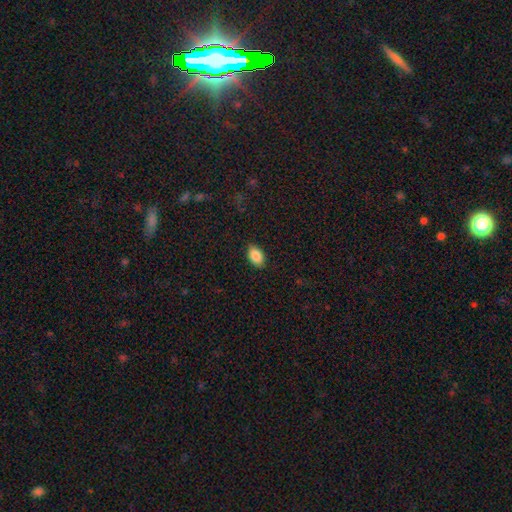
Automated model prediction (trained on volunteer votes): A smooth galaxy with no disk features (88%) that is in between round and cigar-shaped (91%). Merging: none (88%).